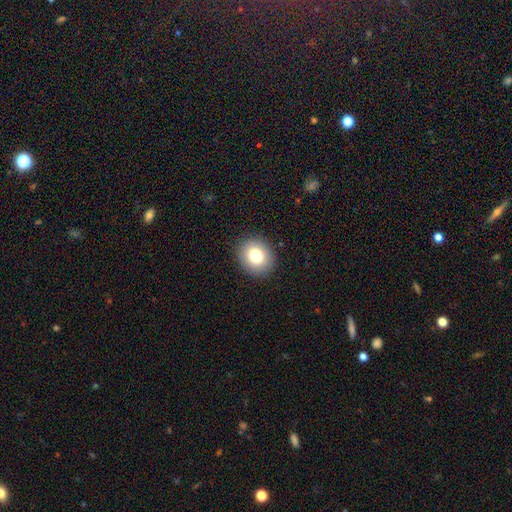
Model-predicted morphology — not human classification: The model was most divided on "how rounded": round: 66%, in between: 33%, cigar-shaped: 1%. More confident: merging — none (89%); smooth or featured — smooth (82%).